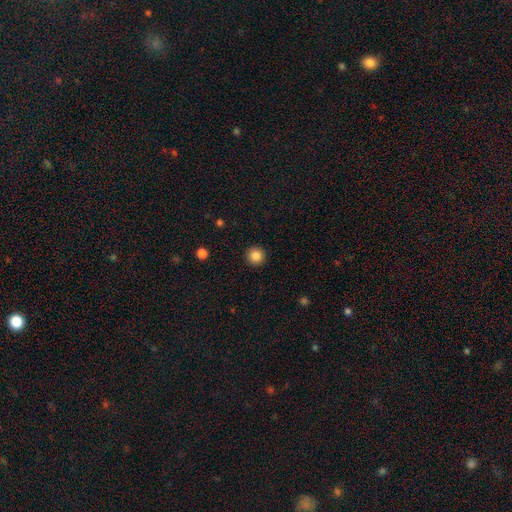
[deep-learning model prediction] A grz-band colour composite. It shows a smooth galaxy with no disk features (86%) that is round (95%). Merging: none (93%).